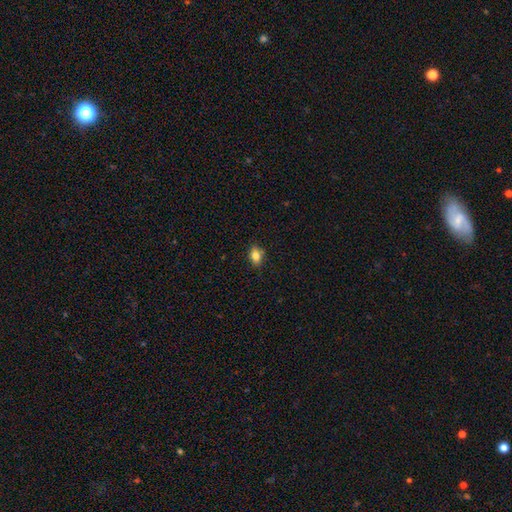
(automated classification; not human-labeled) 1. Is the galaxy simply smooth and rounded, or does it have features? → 78% smooth, 11% featured or disk, 11% star or artifact.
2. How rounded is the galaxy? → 74% in between, 23% round, 3% cigar-shaped.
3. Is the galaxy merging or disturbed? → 81% none, 15% minor disturbance, 3% major disturbance, 2% merger.